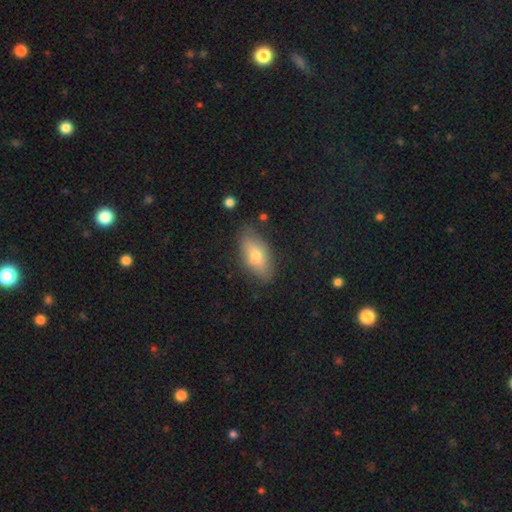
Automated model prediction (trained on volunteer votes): smooth-or-featured: smooth: 65% | featured or disk: 27% | star or artifact: 8%
  how-rounded: in between: 85% | cigar-shaped: 11% | round: 4%
  merging: none: 75% | minor disturbance: 18% | major disturbance: 5% | merger: 3%